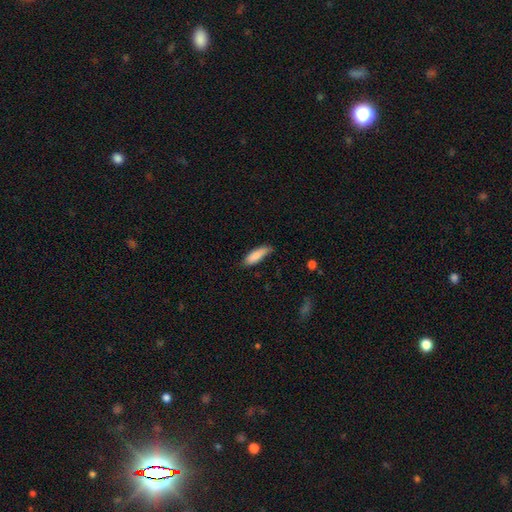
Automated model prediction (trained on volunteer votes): A smooth galaxy with no disk features (85%) that is in between round and cigar-shaped (54%).

Vote fractions:
- Smooth or featured? smooth: 85% / featured or disk: 9% / star or artifact: 6%
- How rounded? in between: 54% / cigar-shaped: 44% / round: 2%
- Merging? none: 69% / minor disturbance: 25% / major disturbance: 4% / merger: 2%